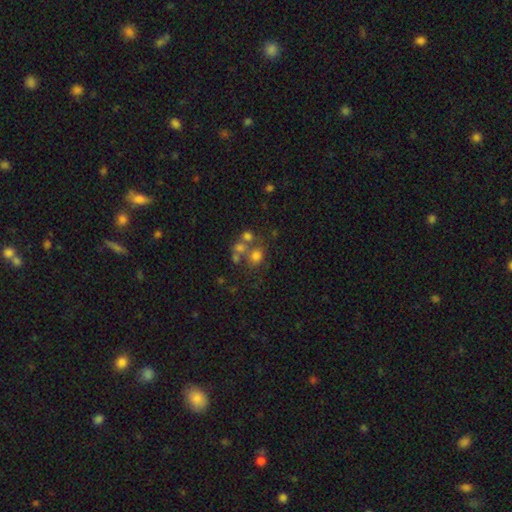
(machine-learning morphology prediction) smooth 61%, featured or disk 21%, star or artifact 18%. Down the decision tree: how rounded — round (73%); merging — none (44%).